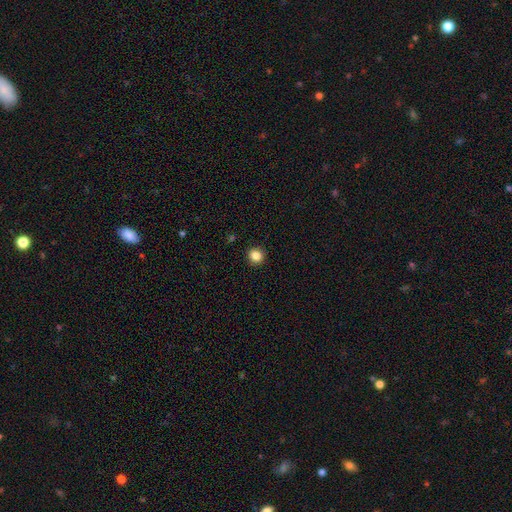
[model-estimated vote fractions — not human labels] This is clearly a smooth galaxy (85%). How rounded: clearly round (92%). Merging: clearly none (93%).